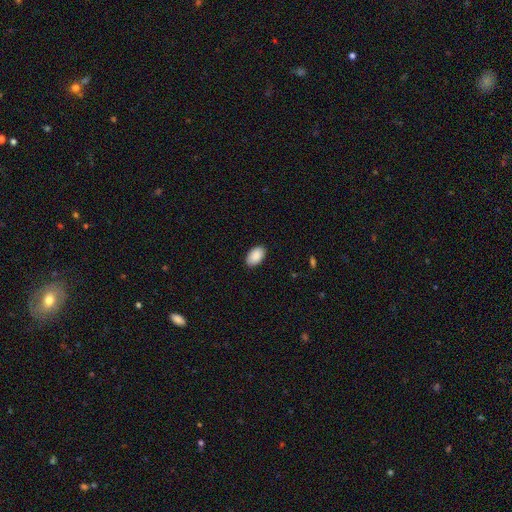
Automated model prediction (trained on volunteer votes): The model was most divided on "merging": none: 89%, minor disturbance: 8%, major disturbance: 2%, merger: 1%. More confident: how rounded — in between (94%); smooth or featured — smooth (91%).